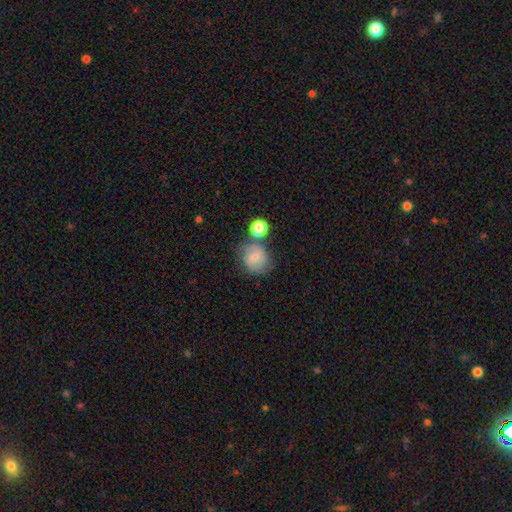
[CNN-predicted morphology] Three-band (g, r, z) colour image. It shows a smooth galaxy with no disk features (56%) that is round (77%). Merging: none (56%).